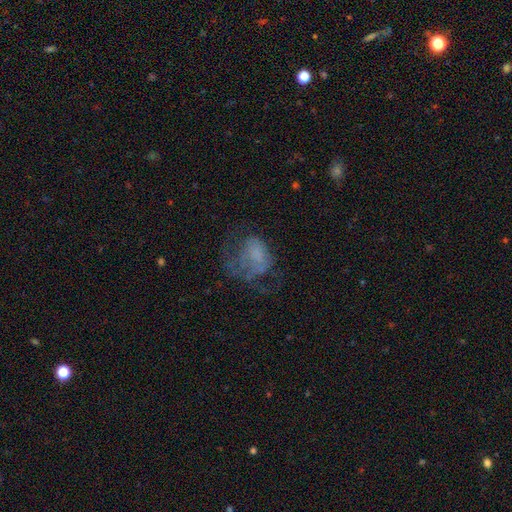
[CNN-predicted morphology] A smooth galaxy with no disk features (43%). Merging: major disturbance (48%).